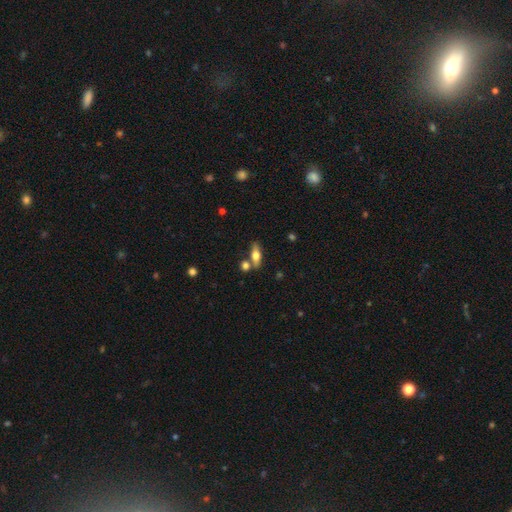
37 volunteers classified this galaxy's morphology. Q: Smooth or featured?
A: featured or disk (54%); runner-up: smooth (41%)
Q: Edge-on disk?
A: yes (100%)
Q: Edge-on bulge?
A: rounded (100%)
Q: Merging?
A: none (86%); runner-up: merger (9%)